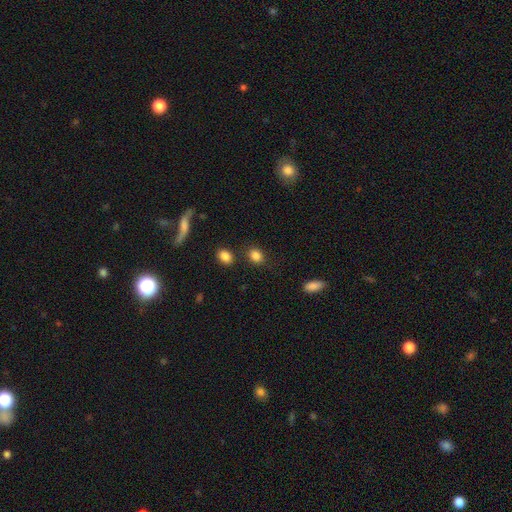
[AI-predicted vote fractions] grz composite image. It shows a smooth galaxy with no disk features (85%) that is in between round and cigar-shaped (53%). Merging: none (77%).